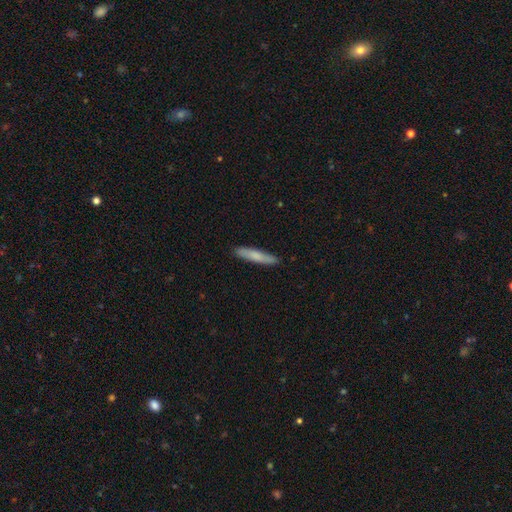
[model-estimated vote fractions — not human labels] Q: Smooth or featured?
A: smooth (74%); runner-up: featured or disk (20%)
Q: How rounded?
A: cigar-shaped (90%); runner-up: in between (9%)
Q: Merging?
A: none (89%); runner-up: minor disturbance (8%)